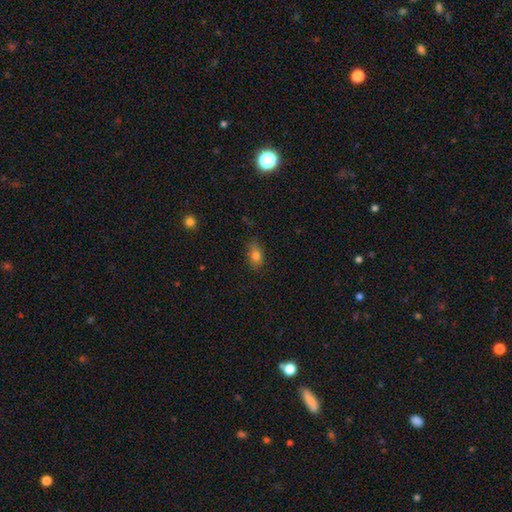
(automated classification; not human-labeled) Q: Smooth or featured?
A: smooth (79%); runner-up: featured or disk (10%)
Q: How rounded?
A: in between (82%); runner-up: round (14%)
Q: Merging?
A: none (81%); runner-up: minor disturbance (15%)